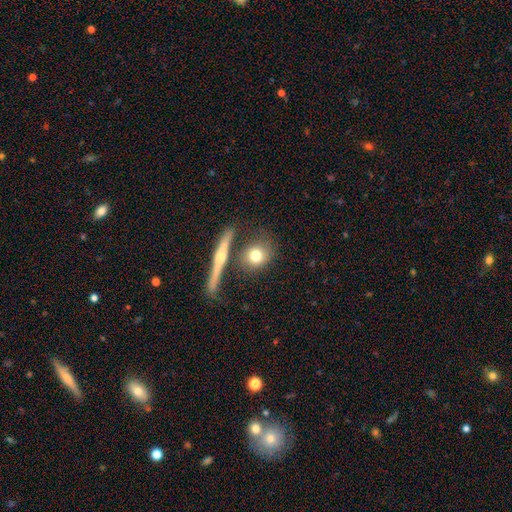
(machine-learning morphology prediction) smooth 70%, featured or disk 22%, star or artifact 8%. Down the decision tree: how rounded — round (73%); merging — none (68%).